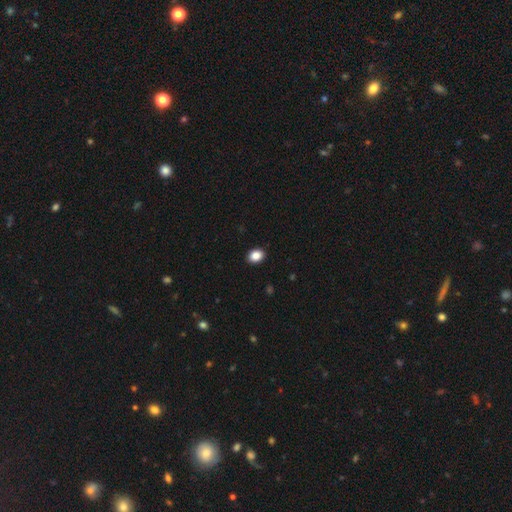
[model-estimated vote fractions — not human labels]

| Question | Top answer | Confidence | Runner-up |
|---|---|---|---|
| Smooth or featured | smooth | 87% | star or artifact (9%) |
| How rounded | in between | 59% | round (41%) |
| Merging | none | 91% | minor disturbance (6%) |